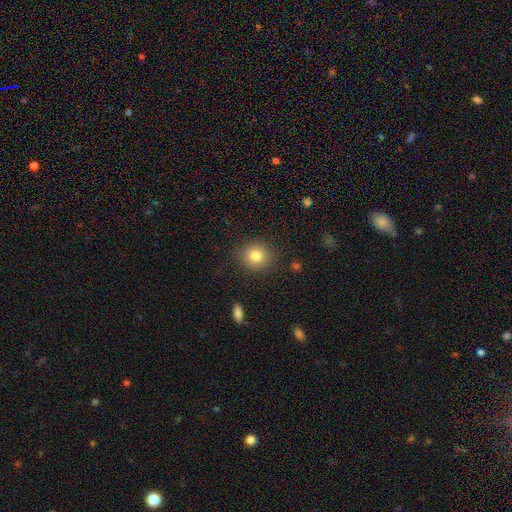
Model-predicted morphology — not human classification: Smooth or featured? Predicted: smooth (p=0.83). How rounded? Predicted: round (p=0.82). Merging? Predicted: none (p=0.87).